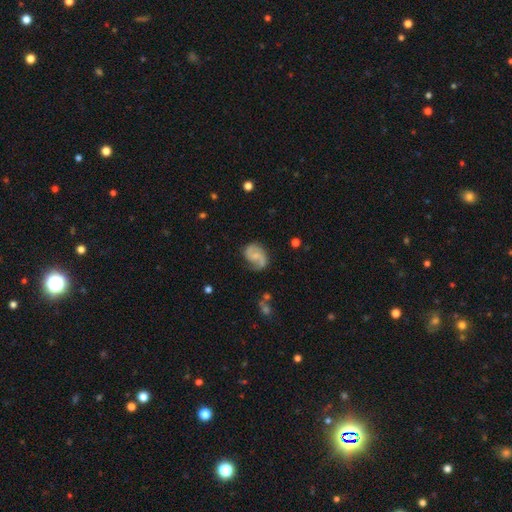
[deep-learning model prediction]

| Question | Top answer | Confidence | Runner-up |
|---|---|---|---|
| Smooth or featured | featured or disk | 81% | smooth (13%) |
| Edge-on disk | no | 98% | yes (2%) |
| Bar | weak | 45% | no (44%) |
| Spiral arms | yes | 96% | no (4%) |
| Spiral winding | medium | 48% | loose (36%) |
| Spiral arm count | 2 | 88% | 1 (5%) |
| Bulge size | none | 40% | small (39%) |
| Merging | none | 71% | minor disturbance (19%) |